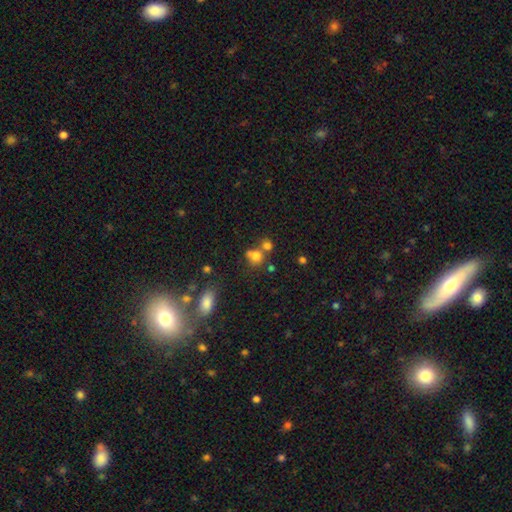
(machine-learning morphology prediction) type=smooth (73%); roundness=round (72%); merging=none (45%).